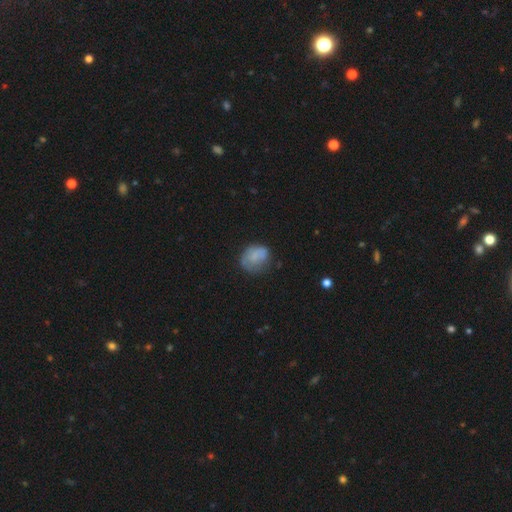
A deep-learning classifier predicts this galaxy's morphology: A smooth galaxy with no disk features (70%) that is round (59%).

Vote fractions:
- Smooth or featured? smooth: 70% / featured or disk: 21% / star or artifact: 9%
- How rounded? round: 59% / in between: 40% / cigar-shaped: 1%
- Merging? none: 52% / minor disturbance: 29% / major disturbance: 16% / merger: 3%